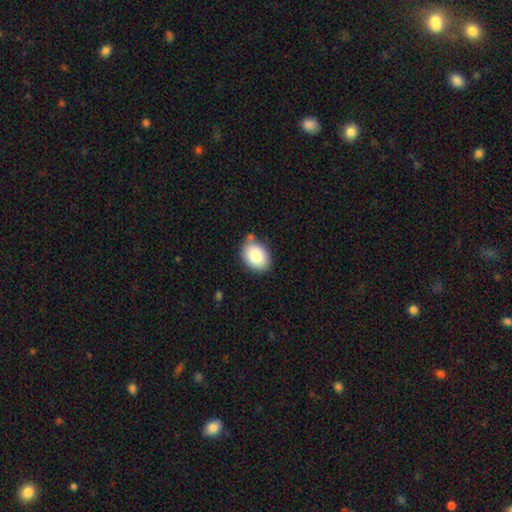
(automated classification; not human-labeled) Overall: smooth (84%). How rounded: in between (71%). Merging: none (77%).